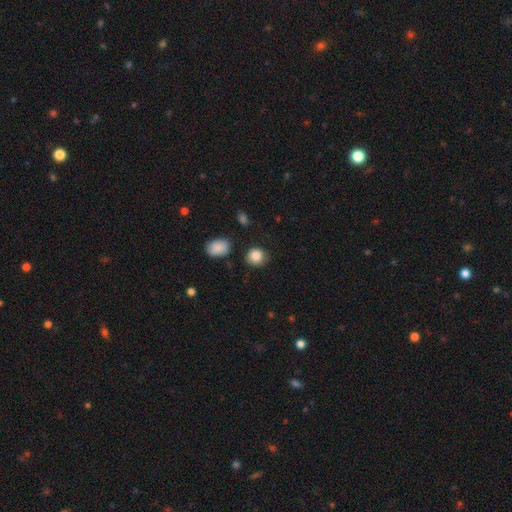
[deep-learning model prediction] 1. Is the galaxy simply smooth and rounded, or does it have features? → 87% smooth, 9% star or artifact, 4% featured or disk.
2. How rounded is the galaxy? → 78% round, 21% in between, 1% cigar-shaped.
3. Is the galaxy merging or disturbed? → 78% none, 15% minor disturbance, 4% major disturbance, 3% merger.